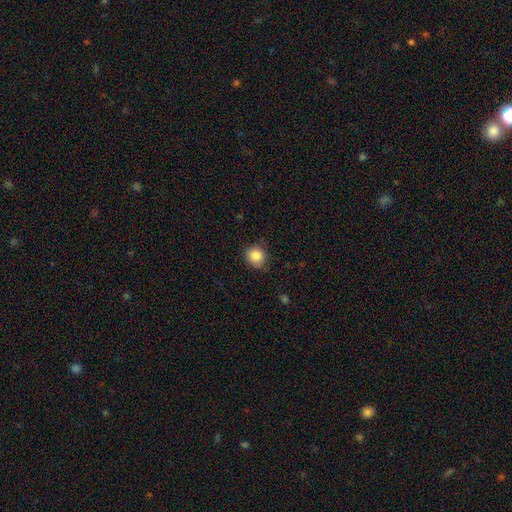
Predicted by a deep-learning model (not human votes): Morphology: type=smooth (86%); roundness=round (86%); merging=none (80%).